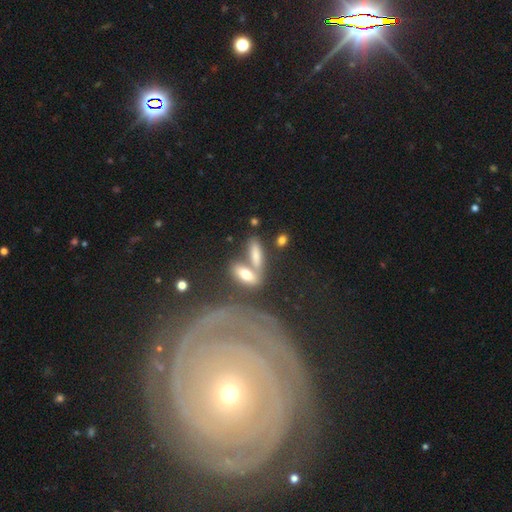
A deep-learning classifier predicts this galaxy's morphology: Overall: smooth (70%). How rounded: in between (51%; cigar-shaped 45%). Merging: none (46%; merger 36%).